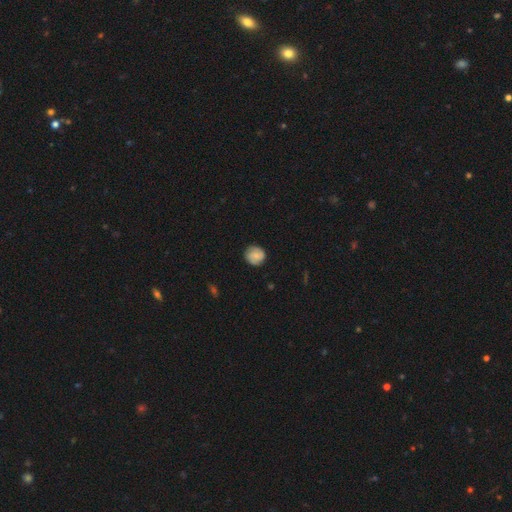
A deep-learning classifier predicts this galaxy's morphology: Q: Smooth or featured?
A: smooth (59%); runner-up: featured or disk (33%)
Q: How rounded?
A: round (86%); runner-up: in between (13%)
Q: Merging?
A: none (82%); runner-up: minor disturbance (14%)